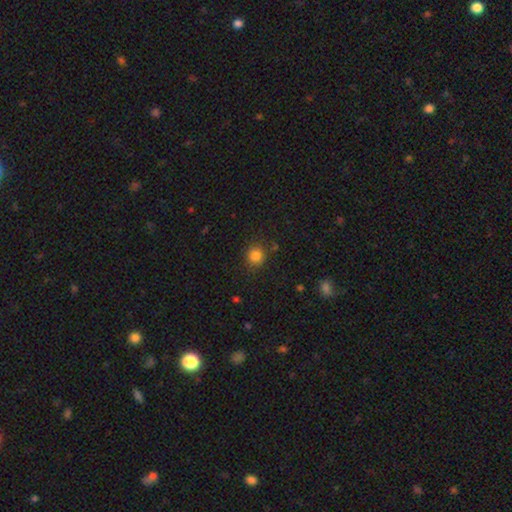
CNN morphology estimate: The model was most divided on "smooth or featured": smooth: 83%, star or artifact: 12%, featured or disk: 5%. More confident: how rounded — round (87%); merging — none (85%).